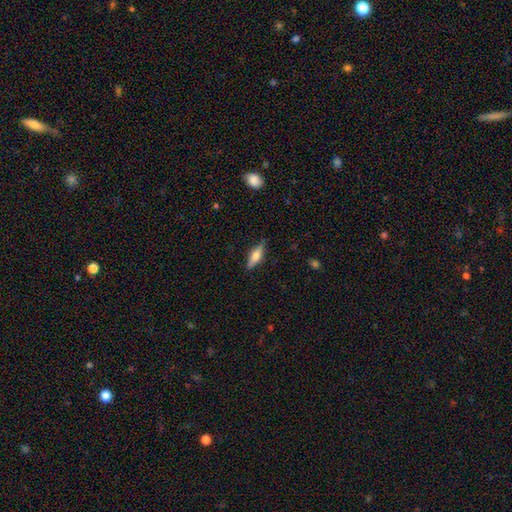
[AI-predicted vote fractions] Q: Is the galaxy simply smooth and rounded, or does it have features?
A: smooth — 55%.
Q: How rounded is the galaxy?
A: in between — 53%.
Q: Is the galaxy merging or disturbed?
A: none — 83%.